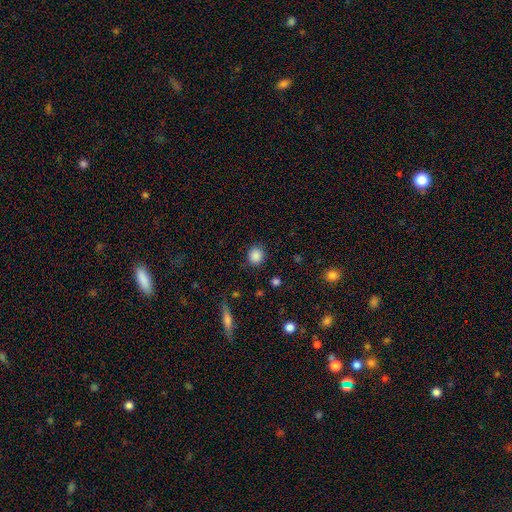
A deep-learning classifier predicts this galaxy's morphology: type=smooth (86%); roundness=round (85%); merging=none (85%).